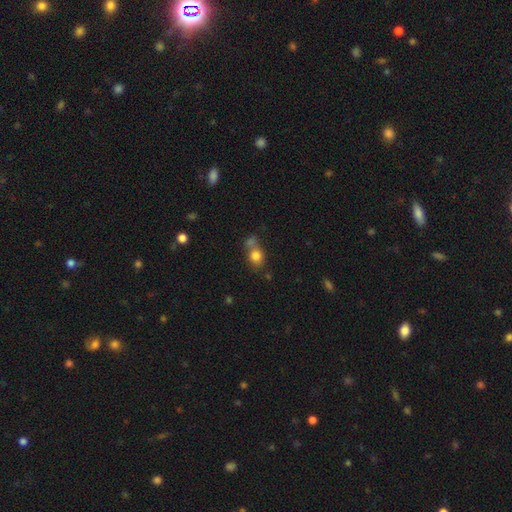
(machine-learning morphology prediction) Smooth or featured? smooth (80%)
How rounded? round (65%)
Merging? none (48%)